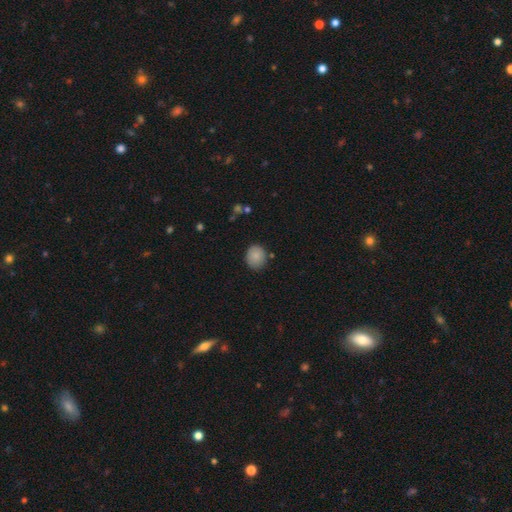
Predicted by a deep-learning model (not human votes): This is clearly a smooth galaxy (85%). How rounded: likely round (71%). Merging: clearly none (82%).